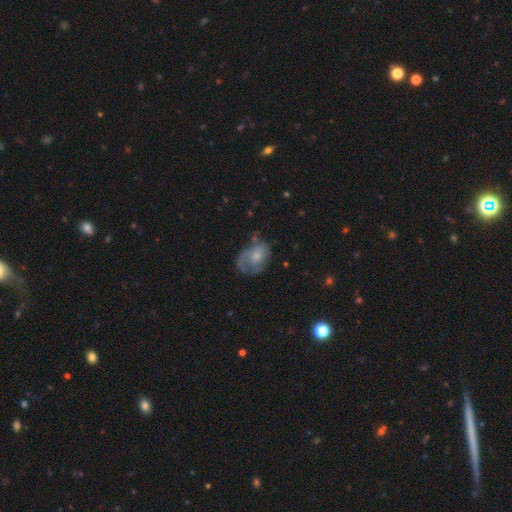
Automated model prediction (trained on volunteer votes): Smooth or featured?
  - featured or disk: 53% *
  - smooth: 39%
  - star or artifact: 7%
Edge-on disk?
  - no: 97% *
  - yes: 3%
Bar?
  - no: 79% *
  - weak: 19%
  - strong: 3%
Spiral arms?
  - yes: 67% *
  - no: 33%
Bulge size?
  - small: 55% *
  - moderate: 36%
  - none: 5%
  - large: 3%
  - dominant: 1%
Merging?
  - none: 43% *
  - minor disturbance: 29%
  - major disturbance: 25%
  - merger: 3%